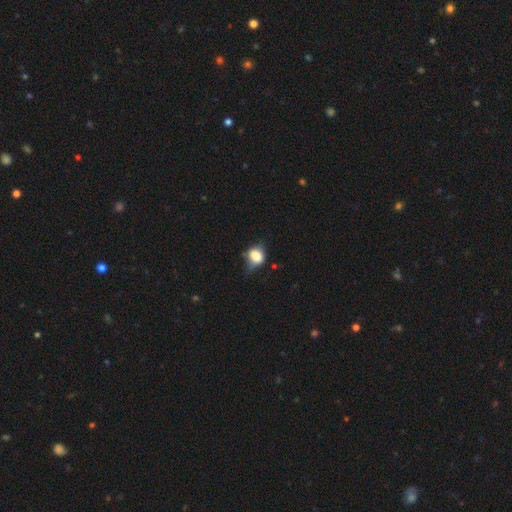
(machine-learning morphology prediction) This appears to be a smooth galaxy with no disk features (75%) that is round (57%). Merging: none (42%).